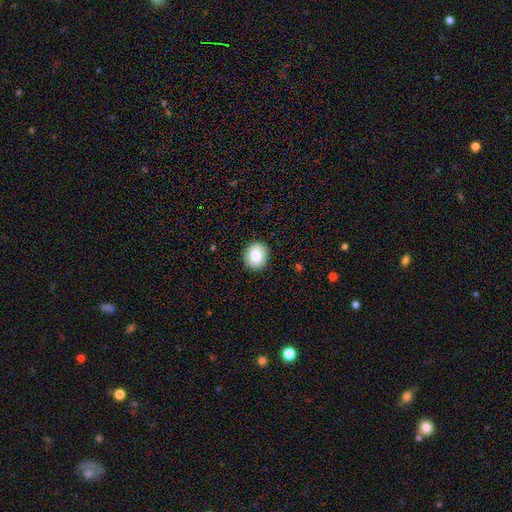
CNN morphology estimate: Smooth or featured? smooth (81%)
How rounded? round (78%)
Merging? none (89%)